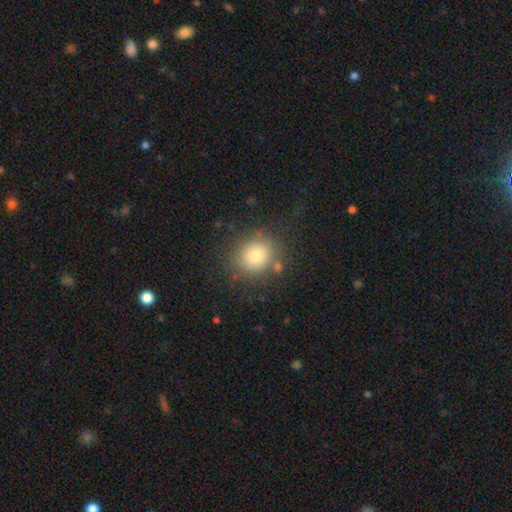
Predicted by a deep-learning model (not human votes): smooth 74%, featured or disk 14%, star or artifact 12%. Down the decision tree: how rounded — round (78%); merging — none (78%).